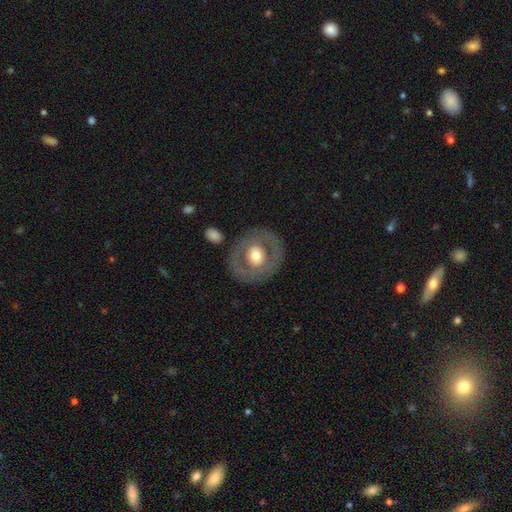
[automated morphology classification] A featured or disk galaxy (53%) with no bar (76%), no spiral arms (85%) and a moderate central bulge (67%). Merging: none (83%).